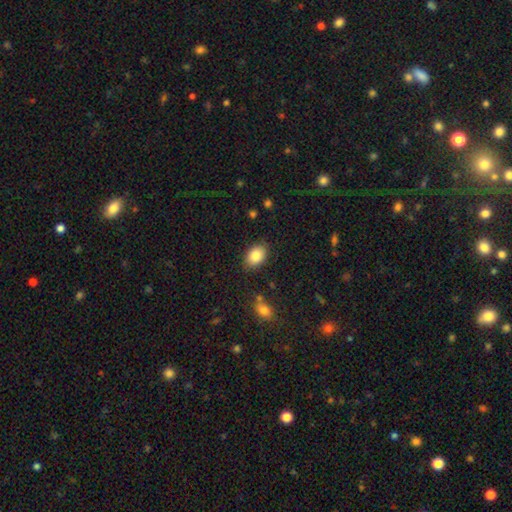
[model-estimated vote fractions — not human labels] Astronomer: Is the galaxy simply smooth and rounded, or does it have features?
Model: smooth — 85%.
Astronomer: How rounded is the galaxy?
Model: in between — 83%.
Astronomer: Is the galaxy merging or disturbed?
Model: none — 84%.